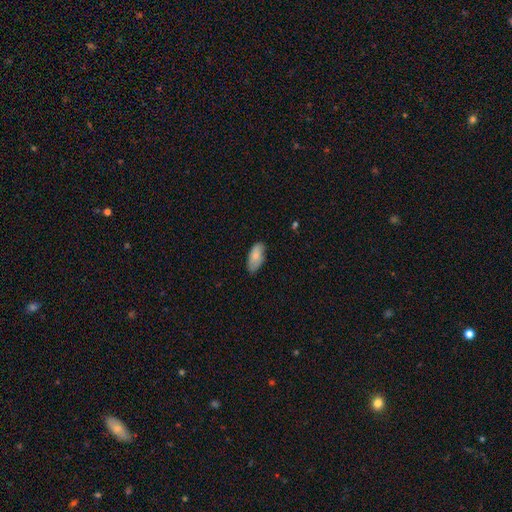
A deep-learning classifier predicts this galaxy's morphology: This appears to be a smooth galaxy with no disk features (79%) that is in between round and cigar-shaped (91%). Merging: none (79%).